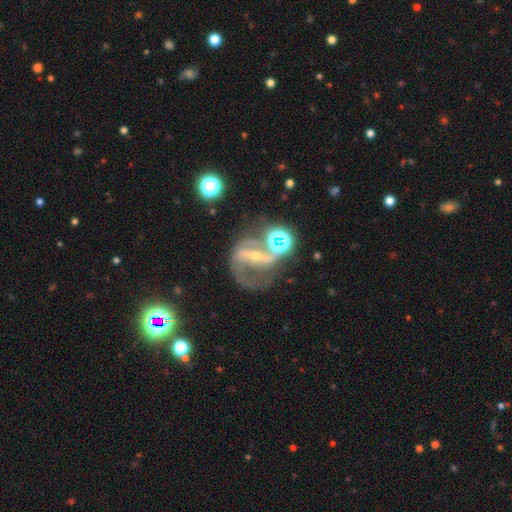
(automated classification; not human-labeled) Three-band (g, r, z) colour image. It shows a featured or disk galaxy (82%) with a strong bar (69%), 2 (85%) medium (52%) spiral arms (89%) and a small central bulge (59%). Merging: none (51%).